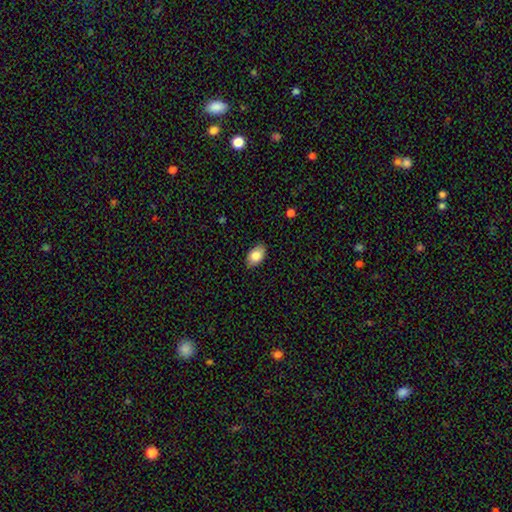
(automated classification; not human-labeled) smooth-or-featured: smooth: 82% | featured or disk: 10% | star or artifact: 7%
  how-rounded: in between: 90% | round: 9% | cigar-shaped: 1%
  merging: none: 86% | minor disturbance: 11% | major disturbance: 2% | merger: 1%